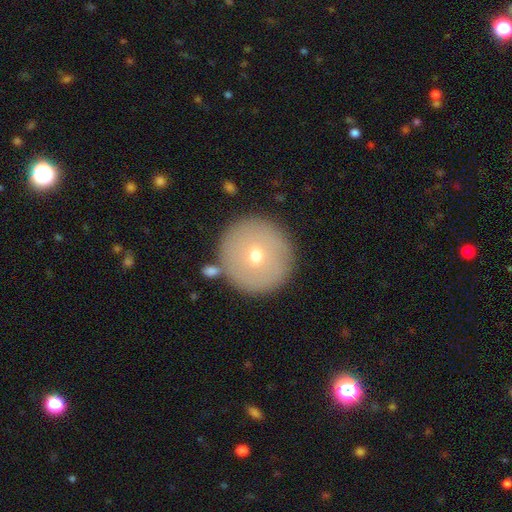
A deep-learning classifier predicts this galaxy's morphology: Smooth or featured?
  - smooth: 66% *
  - featured or disk: 24%
  - star or artifact: 9%
How rounded?
  - round: 96% *
  - in between: 3%
  - cigar-shaped: 1%
Merging?
  - none: 85% *
  - minor disturbance: 8%
  - merger: 4%
  - major disturbance: 3%